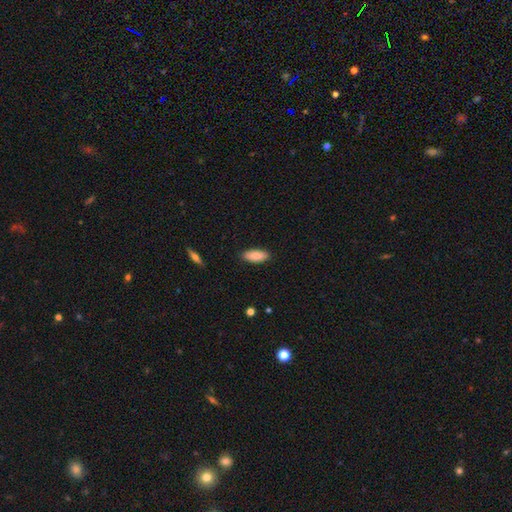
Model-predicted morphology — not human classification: Smooth or featured? smooth (87%)
How rounded? in between (83%)
Merging? none (87%)